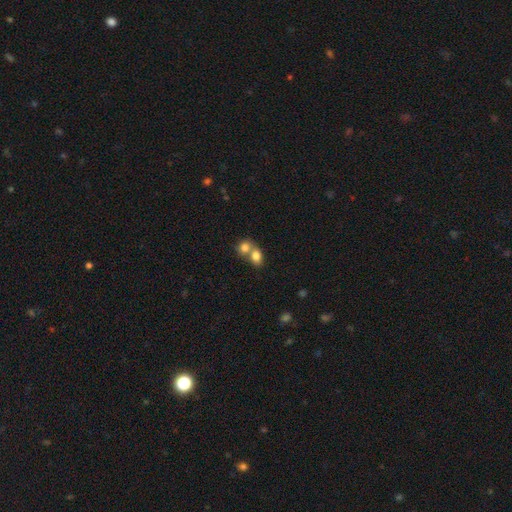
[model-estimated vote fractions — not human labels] Smooth or featured: smooth — 80% (featured or disk — 11%)
How rounded: in between — 51% (round — 47%)
Merging: merger — 65% (none — 26%)